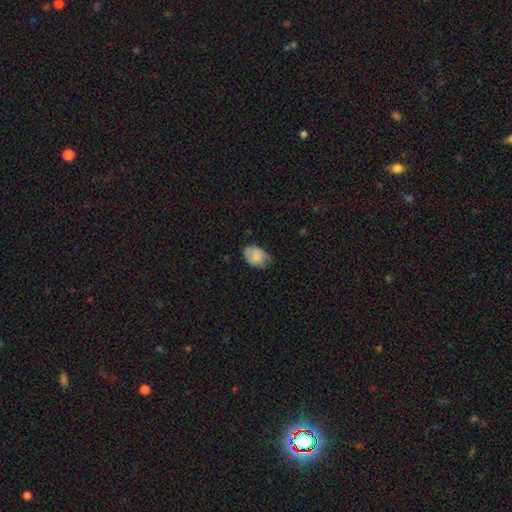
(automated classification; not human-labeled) smooth-or-featured: smooth: 79% | featured or disk: 14% | star or artifact: 8%
  how-rounded: in between: 76% | round: 23% | cigar-shaped: 1%
  merging: none: 51% | minor disturbance: 38% | major disturbance: 10% | merger: 1%